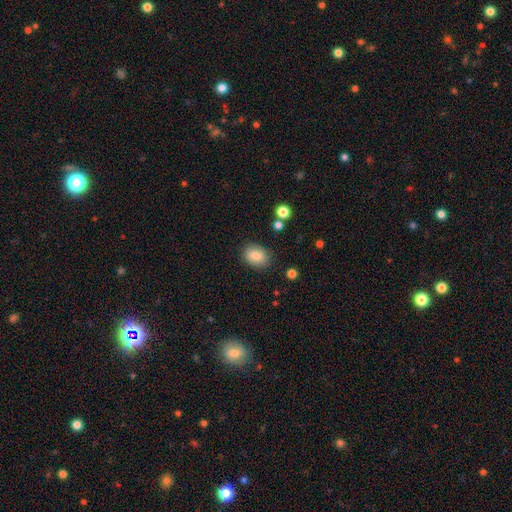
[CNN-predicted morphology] The model was most divided on "how rounded": in between: 68%, round: 31%, cigar-shaped: 1%. More confident: smooth or featured — smooth (85%); merging — none (82%).